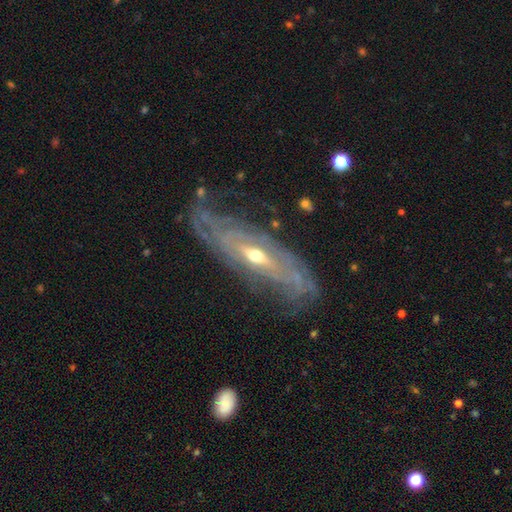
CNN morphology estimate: Smooth or featured?
  - featured or disk: 86% *
  - smooth: 8%
  - star or artifact: 5%
Edge-on disk?
  - no: 80% *
  - yes: 20%
Bar?
  - no: 57% *
  - weak: 28%
  - strong: 15%
Spiral arms?
  - yes: 85% *
  - no: 15%
Spiral winding?
  - tight: 64% *
  - medium: 24%
  - loose: 12%
Spiral arm count?
  - can't tell: 50% *
  - 2: 19%
  - 3: 10%
  - 4: 8%
  - more than 4: 7%
  - 1: 6%
Bulge size?
  - moderate: 55% *
  - small: 40%
  - large: 3%
  - dominant: 1%
  - none: 1%
Merging?
  - none: 64% *
  - minor disturbance: 20%
  - major disturbance: 14%
  - merger: 2%